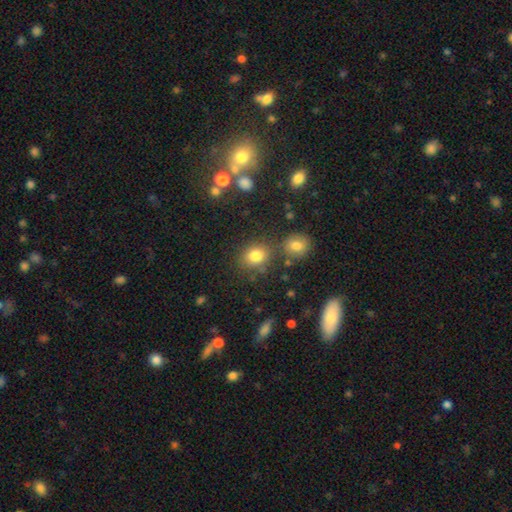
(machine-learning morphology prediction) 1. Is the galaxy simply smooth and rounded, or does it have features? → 80% smooth, 13% star or artifact, 7% featured or disk.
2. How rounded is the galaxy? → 66% round, 32% in between, 1% cigar-shaped.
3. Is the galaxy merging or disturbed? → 73% none, 11% minor disturbance, 11% merger, 4% major disturbance.